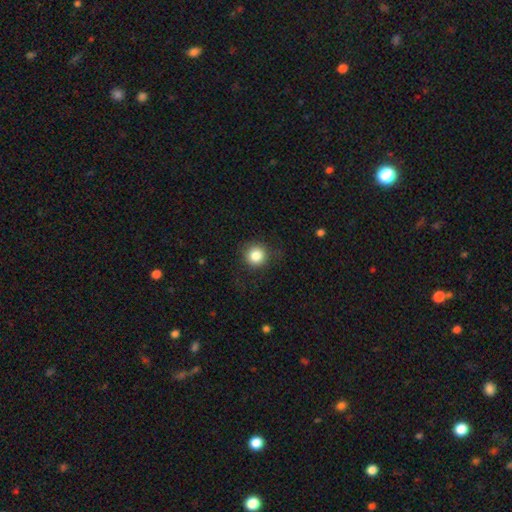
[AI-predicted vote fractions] This is clearly a smooth galaxy (84%). How rounded: clearly round (93%). Merging: clearly none (85%).